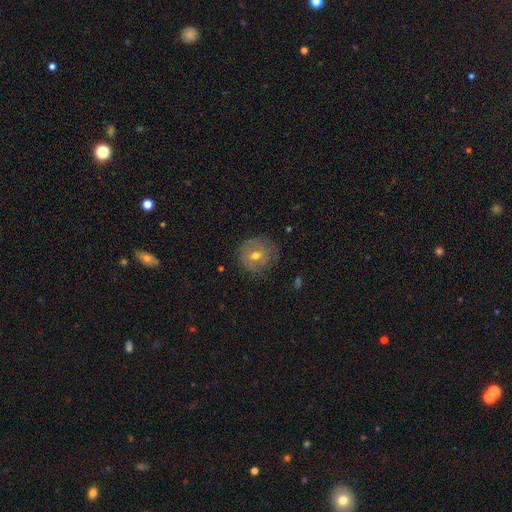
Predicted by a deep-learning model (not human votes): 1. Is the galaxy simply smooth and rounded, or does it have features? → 47% smooth, 44% featured or disk, 10% star or artifact.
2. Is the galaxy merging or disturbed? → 76% none, 16% minor disturbance, 6% major disturbance, 1% merger.